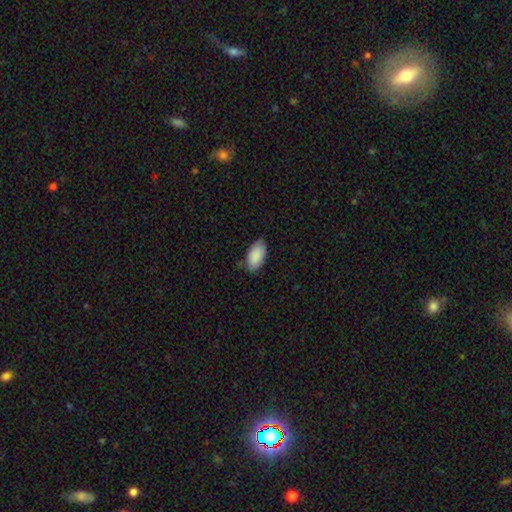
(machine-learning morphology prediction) type=smooth (89%); roundness=in between (95%); merging=none (77%).